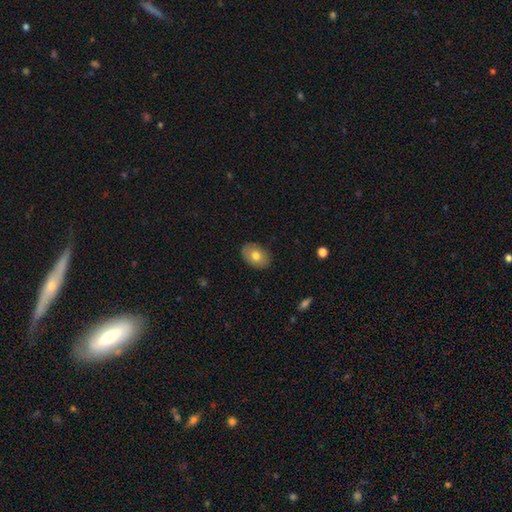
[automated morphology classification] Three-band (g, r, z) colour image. It shows a smooth galaxy with no disk features (72%) that is in between round and cigar-shaped (79%). Merging: none (86%).